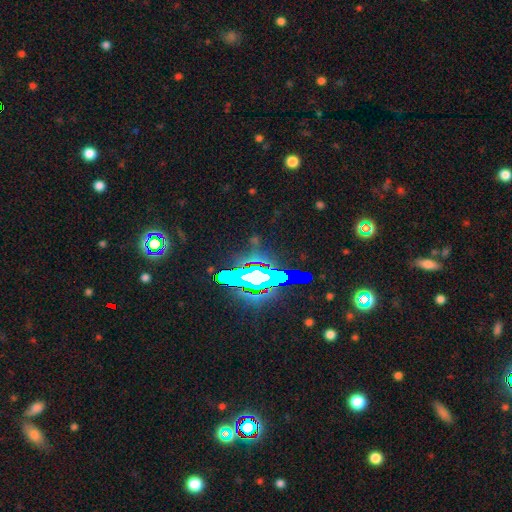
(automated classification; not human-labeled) Smooth or featured? star or artifact (69%)